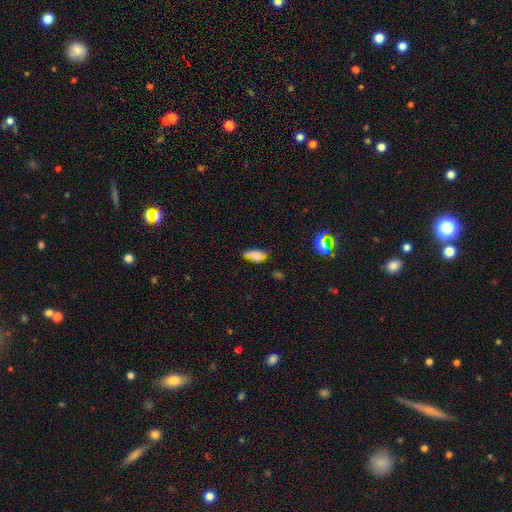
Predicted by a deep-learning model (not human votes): Morphology: type=smooth (77%); roundness=in between (86%); merging=none (50%).